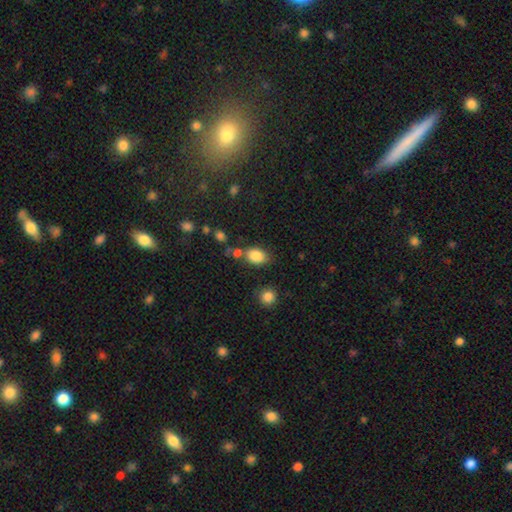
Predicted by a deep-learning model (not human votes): This appears to be a smooth galaxy with no disk features (85%) that is in between round and cigar-shaped (73%). Merging: none (65%).